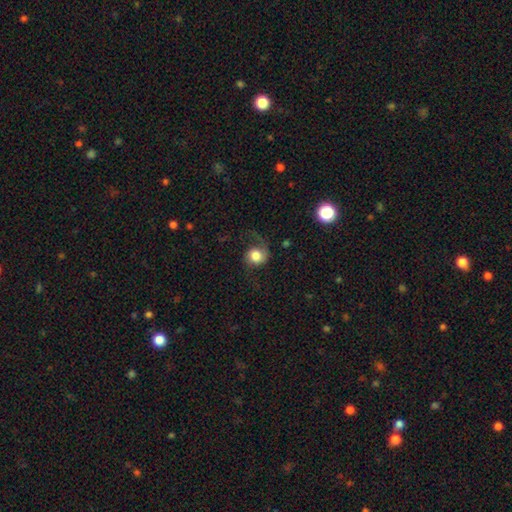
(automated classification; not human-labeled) The model was most divided on "smooth or featured": smooth: 48%, featured or disk: 43%, star or artifact: 9%. More confident: merging — none (57%).